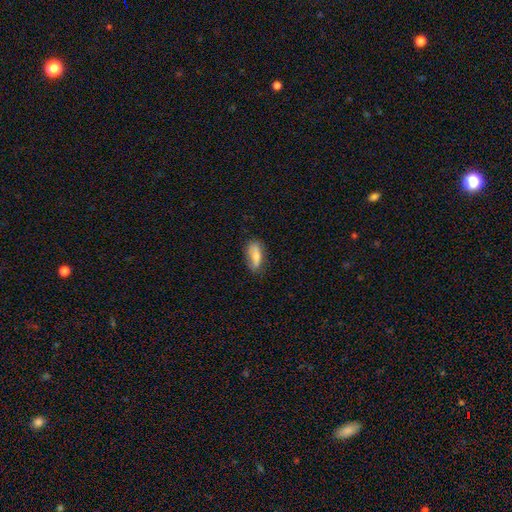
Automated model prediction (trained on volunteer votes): smooth_or_featured: smooth (p=0.69) [alt: featured or disk p=0.24]
how_rounded: in between (p=0.79) [alt: cigar-shaped p=0.18]
merging: none (p=0.66) [alt: minor disturbance p=0.25]